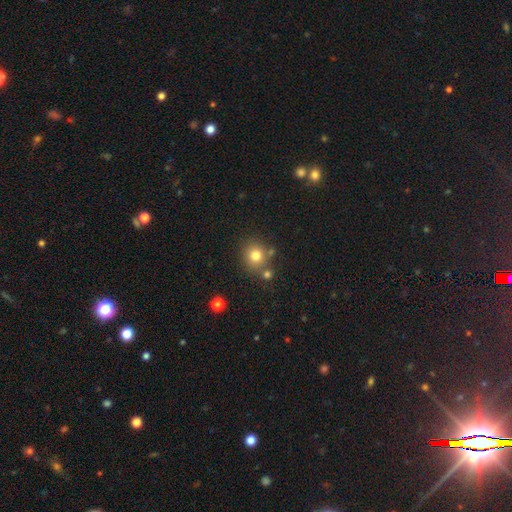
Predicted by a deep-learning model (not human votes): A smooth galaxy with no disk features (78%) that is round (85%). Merging: none (72%).